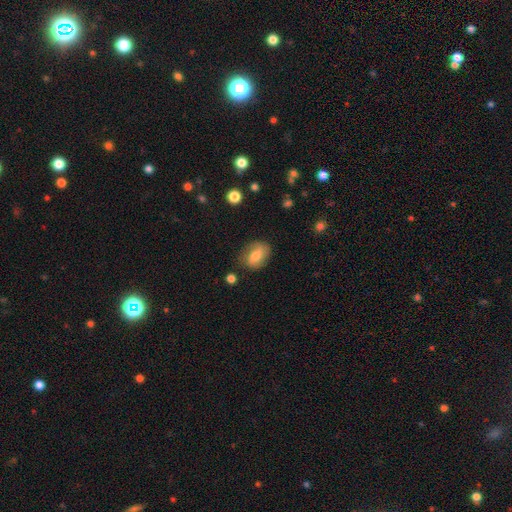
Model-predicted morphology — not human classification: smooth-or-featured: smooth: 65% | featured or disk: 26% | star or artifact: 8%
  how-rounded: in between: 70% | round: 28% | cigar-shaped: 2%
  merging: none: 72% | minor disturbance: 21% | major disturbance: 6% | merger: 2%